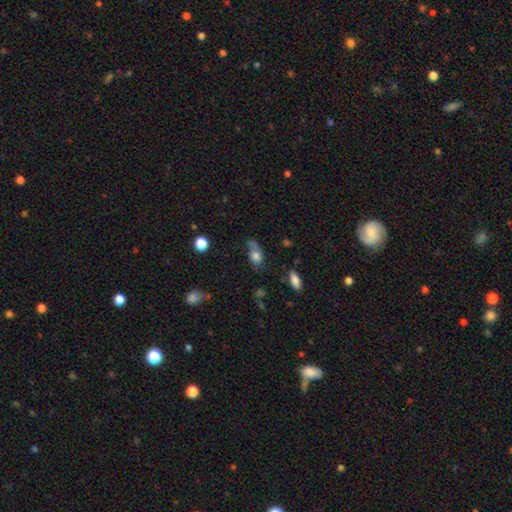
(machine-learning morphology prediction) Smooth or featured?
  - smooth: 73% *
  - featured or disk: 17%
  - star or artifact: 10%
How rounded?
  - in between: 68% *
  - round: 29%
  - cigar-shaped: 4%
Merging?
  - none: 37% *
  - minor disturbance: 28%
  - major disturbance: 25%
  - merger: 9%